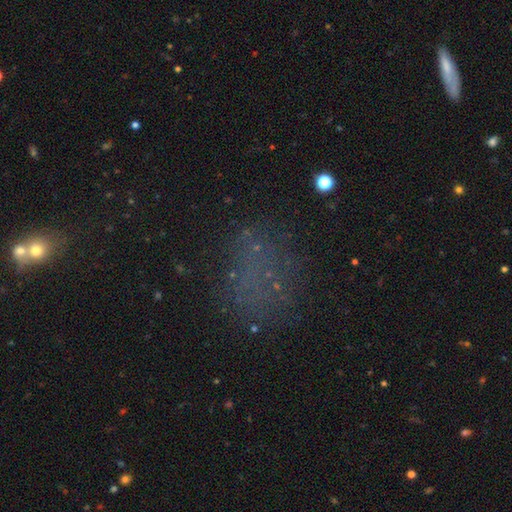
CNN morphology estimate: The model was most divided on "smooth or featured": star or artifact: 41%, smooth: 36%, featured or disk: 22%.